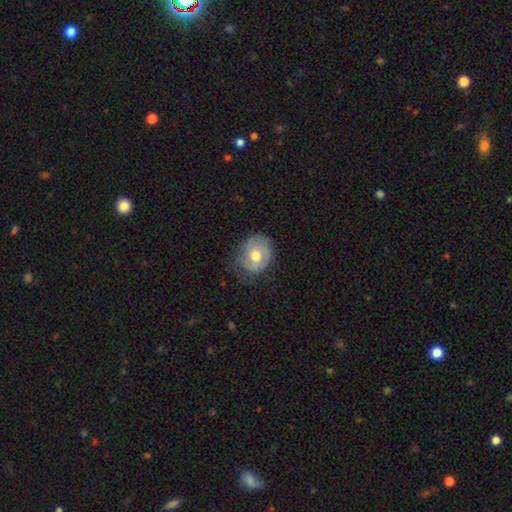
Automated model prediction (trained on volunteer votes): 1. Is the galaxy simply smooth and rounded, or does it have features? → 56% smooth, 37% featured or disk, 7% star or artifact.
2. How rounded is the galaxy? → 58% round, 41% in between, 1% cigar-shaped.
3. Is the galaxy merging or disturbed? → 58% none, 29% minor disturbance, 12% major disturbance, 1% merger.